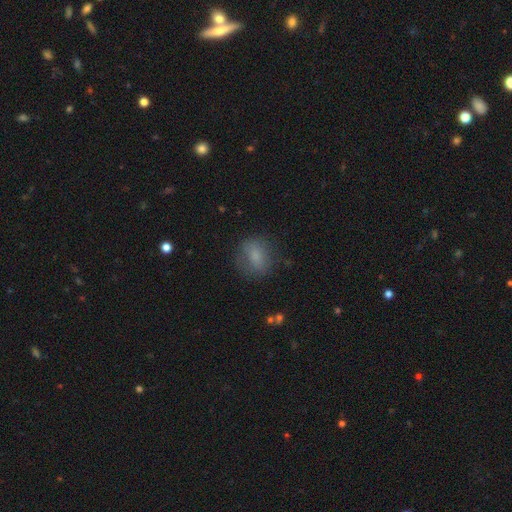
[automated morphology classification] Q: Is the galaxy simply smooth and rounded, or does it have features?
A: smooth — 75%.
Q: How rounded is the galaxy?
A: round — 52%.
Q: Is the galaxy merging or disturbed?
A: none — 73%.